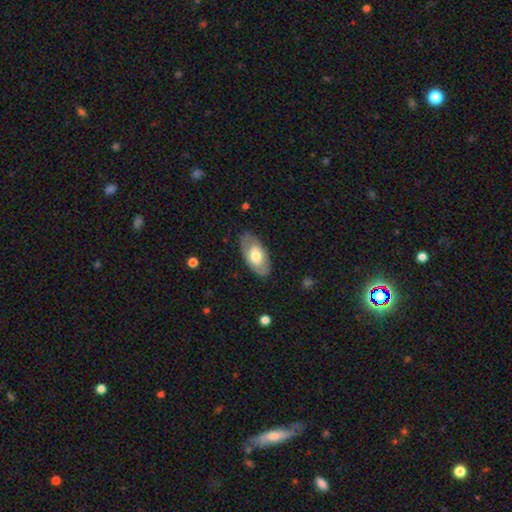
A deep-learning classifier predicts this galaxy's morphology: smooth_or_featured: smooth (p=0.55) [alt: featured or disk p=0.40]
how_rounded: in between (p=0.93) [alt: cigar-shaped p=0.04]
merging: none (p=0.81) [alt: minor disturbance p=0.15]